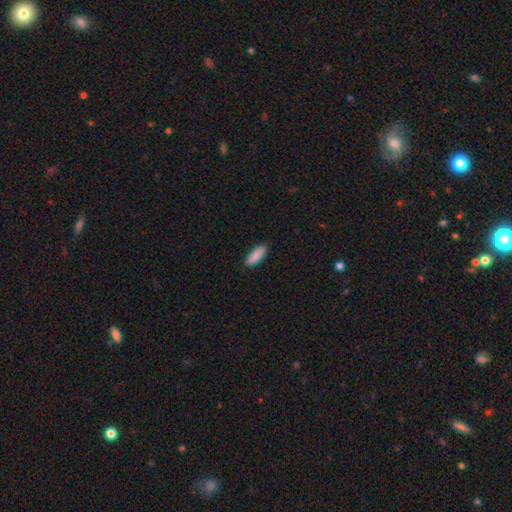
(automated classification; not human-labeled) The model was most divided on "how rounded": in between: 71%, cigar-shaped: 27%, round: 2%. More confident: smooth or featured — smooth (90%); merging — none (87%).